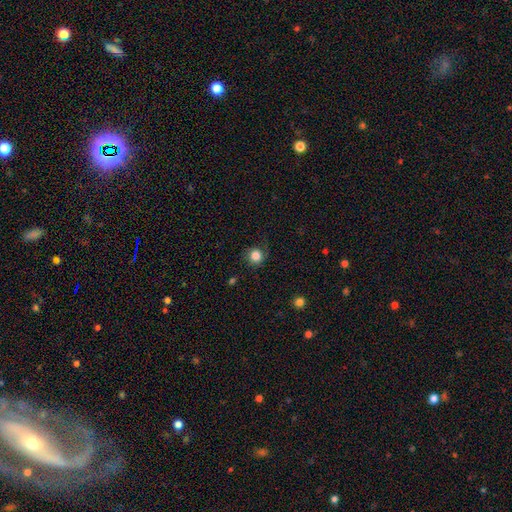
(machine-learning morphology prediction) Q: Smooth or featured?
A: smooth (83%); runner-up: star or artifact (10%)
Q: How rounded?
A: round (88%); runner-up: in between (11%)
Q: Merging?
A: none (73%); runner-up: minor disturbance (18%)